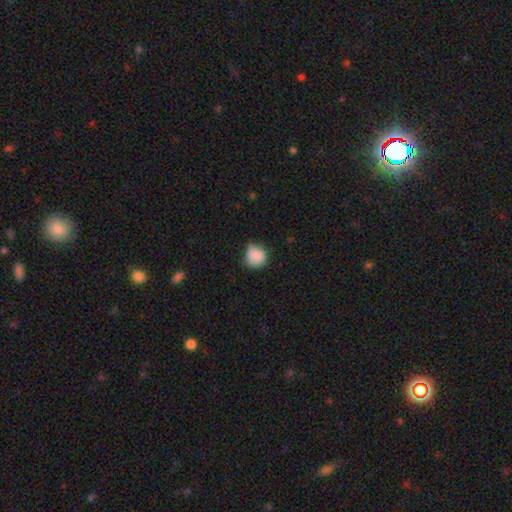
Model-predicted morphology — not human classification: smooth 85%, star or artifact 8%, featured or disk 7%. Down the decision tree: how rounded — round (78%); merging — none (59%).